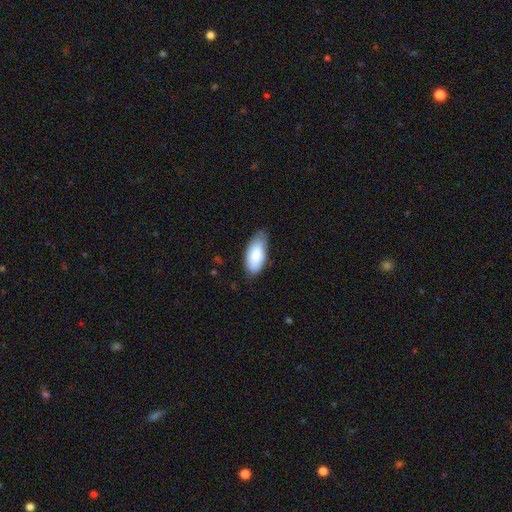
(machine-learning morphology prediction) smooth 84%, featured or disk 10%, star or artifact 6%. Down the decision tree: how rounded — in between (91%); merging — none (61%).